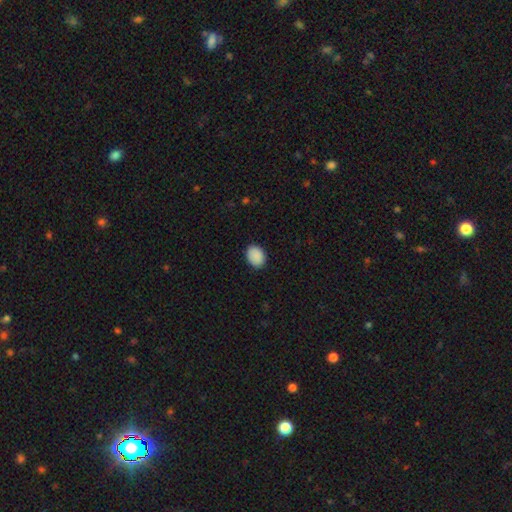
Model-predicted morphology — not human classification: smooth_or_featured: smooth (p=0.90) [alt: star or artifact p=0.08]
how_rounded: in between (p=0.63) [alt: round p=0.36]
merging: none (p=0.88) [alt: minor disturbance p=0.09]